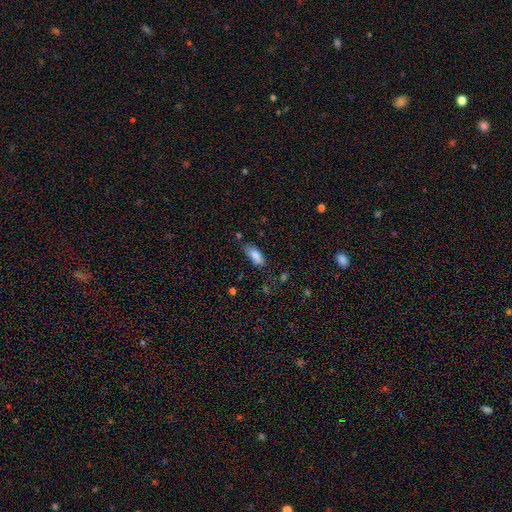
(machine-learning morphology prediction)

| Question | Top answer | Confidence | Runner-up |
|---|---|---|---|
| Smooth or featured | smooth | 82% | featured or disk (10%) |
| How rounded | in between | 78% | cigar-shaped (20%) |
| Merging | none | 58% | minor disturbance (29%) |